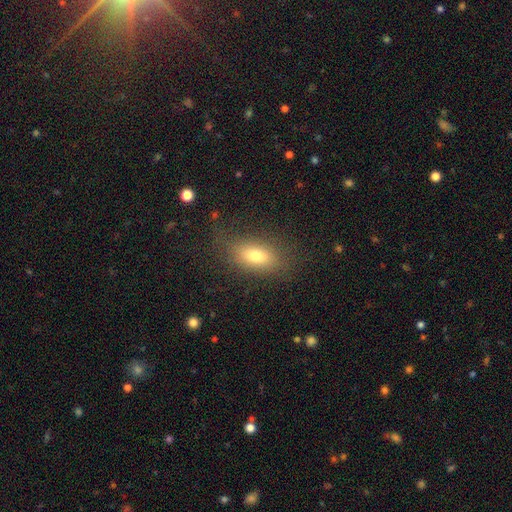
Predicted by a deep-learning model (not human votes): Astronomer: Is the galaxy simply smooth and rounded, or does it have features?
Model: smooth — 74%.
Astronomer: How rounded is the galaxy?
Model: in between — 83%.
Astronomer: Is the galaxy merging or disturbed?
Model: none — 76%.